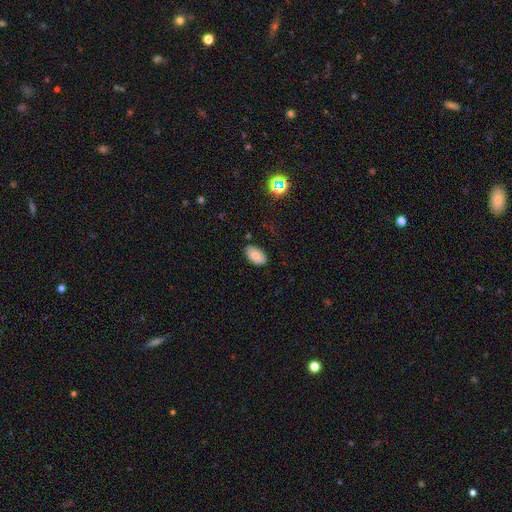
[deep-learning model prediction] A smooth galaxy with no disk features (75%) that is in between round and cigar-shaped (92%). Merging: none (80%).